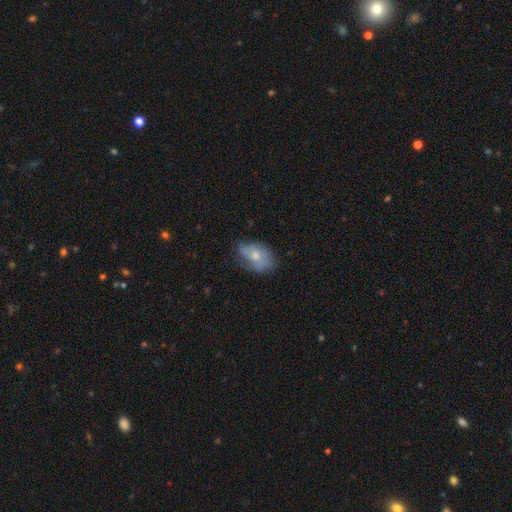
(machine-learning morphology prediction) Smooth or featured: smooth — 51% (featured or disk — 41%)
How rounded: in between — 85% (round — 13%)
Merging: none — 48% (minor disturbance — 34%)